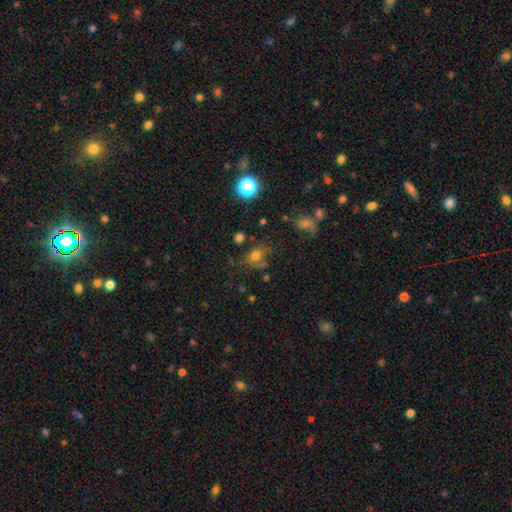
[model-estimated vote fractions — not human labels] A smooth galaxy with no disk features (65%) that is round (51%).

Vote fractions:
- Smooth or featured? smooth: 65% / star or artifact: 24% / featured or disk: 12%
- How rounded? round: 51% / in between: 48% / cigar-shaped: 1%
- Merging? none: 61% / minor disturbance: 19% / merger: 10% / major disturbance: 10%